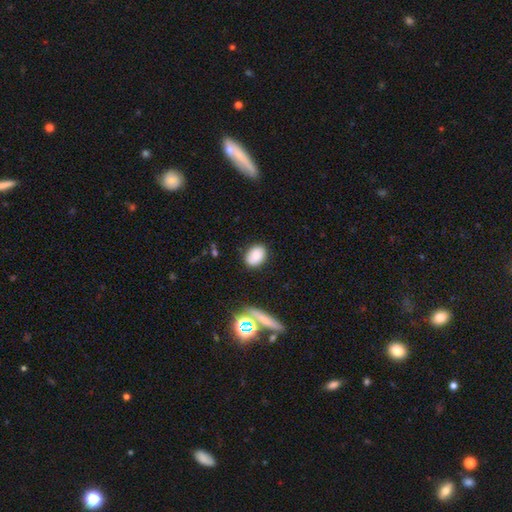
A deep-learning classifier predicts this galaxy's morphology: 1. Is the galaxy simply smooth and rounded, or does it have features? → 84% smooth, 10% star or artifact, 7% featured or disk.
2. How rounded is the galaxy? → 76% in between, 23% round, 1% cigar-shaped.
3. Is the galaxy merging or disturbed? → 81% none, 13% minor disturbance, 3% major disturbance, 2% merger.